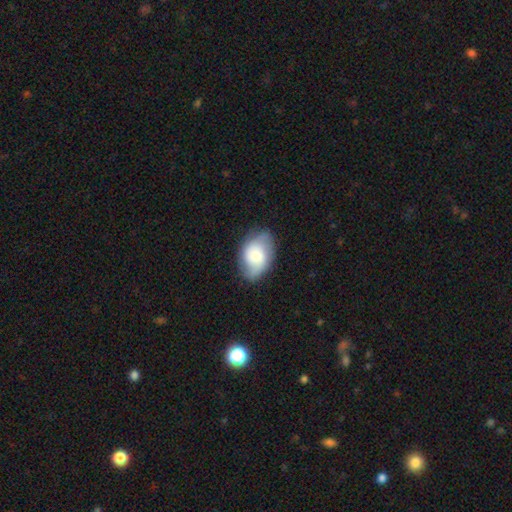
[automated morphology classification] This is possibly a smooth galaxy (53%). How rounded: clearly in between (84%). Merging: likely none (71%).